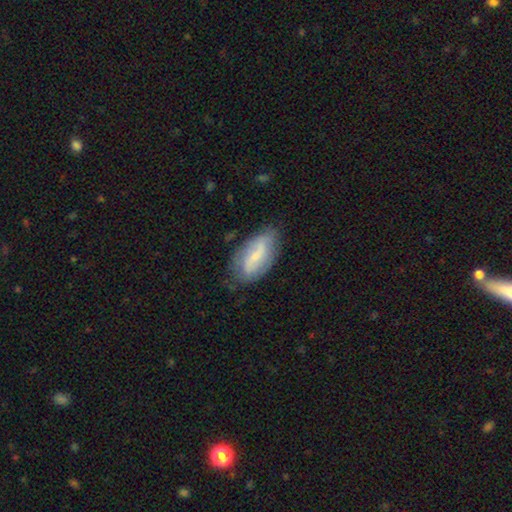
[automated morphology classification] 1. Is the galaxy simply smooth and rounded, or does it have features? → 56% featured or disk, 37% smooth, 7% star or artifact.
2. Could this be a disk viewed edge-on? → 92% no, 8% yes.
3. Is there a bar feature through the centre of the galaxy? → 44% weak, 33% strong, 23% no.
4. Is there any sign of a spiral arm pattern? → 74% yes, 26% no.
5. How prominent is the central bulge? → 63% small, 25% moderate, 8% none, 2% large, 1% dominant.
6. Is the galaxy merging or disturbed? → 72% none, 20% minor disturbance, 6% major disturbance, 2% merger.